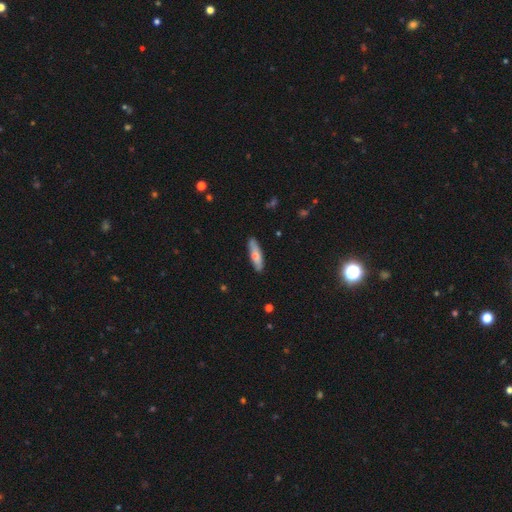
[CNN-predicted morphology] smooth-or-featured: smooth: 61% | featured or disk: 33% | star or artifact: 6%
  how-rounded: cigar-shaped: 67% | in between: 31% | round: 2%
  merging: none: 87% | minor disturbance: 10% | major disturbance: 2% | merger: 1%